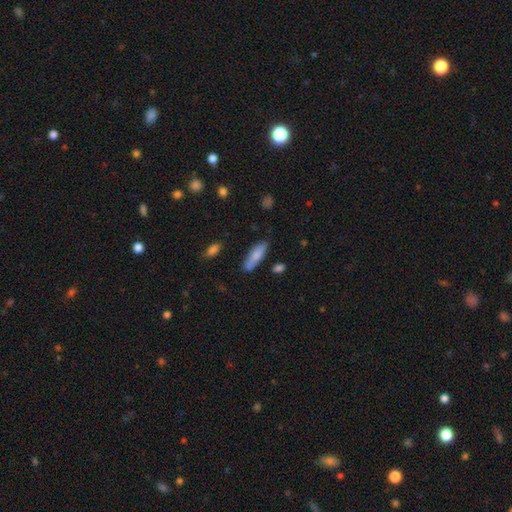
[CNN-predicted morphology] smooth_or_featured: smooth (p=0.80) [alt: featured or disk p=0.14]
how_rounded: cigar-shaped (p=0.57) [alt: in between p=0.41]
merging: none (p=0.75) [alt: minor disturbance p=0.17]